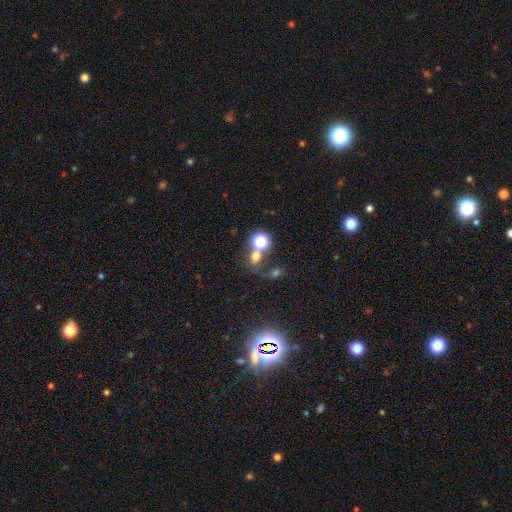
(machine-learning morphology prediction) This is likely a smooth galaxy (61%). How rounded: likely round (62%). Merging: marginally merger (41%, tied with none).